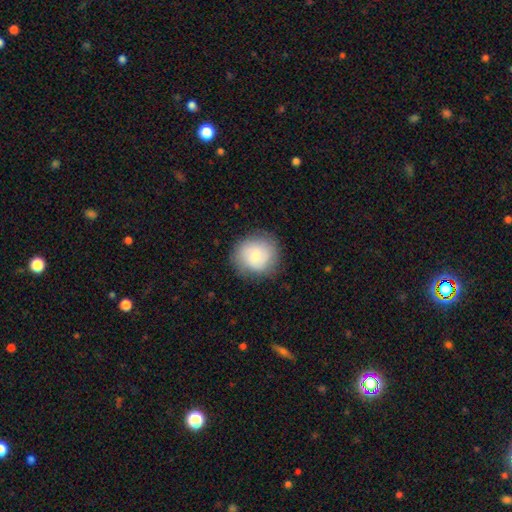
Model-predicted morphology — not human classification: Smooth or featured: smooth — 67% (featured or disk — 25%)
How rounded: round — 87% (in between — 12%)
Merging: none — 80% (minor disturbance — 14%)